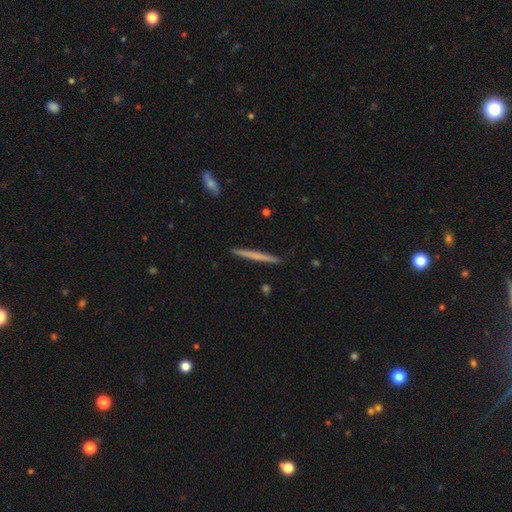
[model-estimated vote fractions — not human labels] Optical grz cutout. It shows a smooth galaxy with no disk features (55%) that is cigar-shaped (97%). Merging: none (92%).